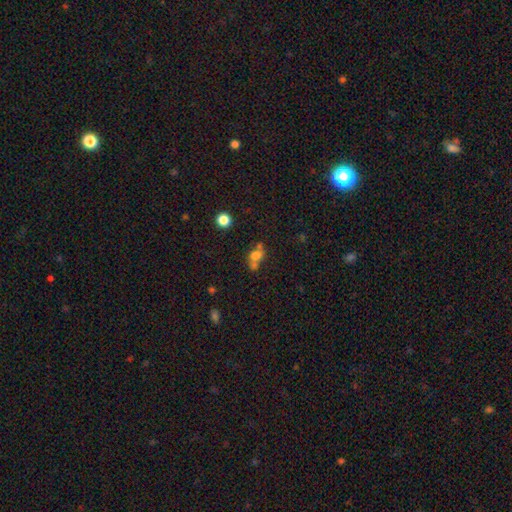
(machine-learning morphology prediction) This is likely a smooth galaxy (67%). How rounded: possibly round (53%). Merging: possibly merger (48%).